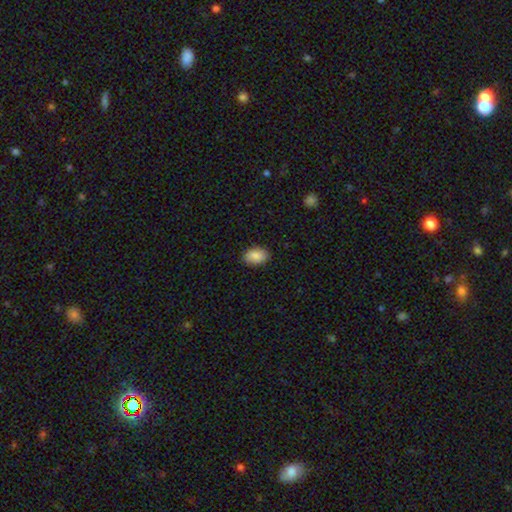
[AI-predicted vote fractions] smooth 89%, star or artifact 7%, featured or disk 5%. Down the decision tree: how rounded — in between (89%); merging — none (88%).